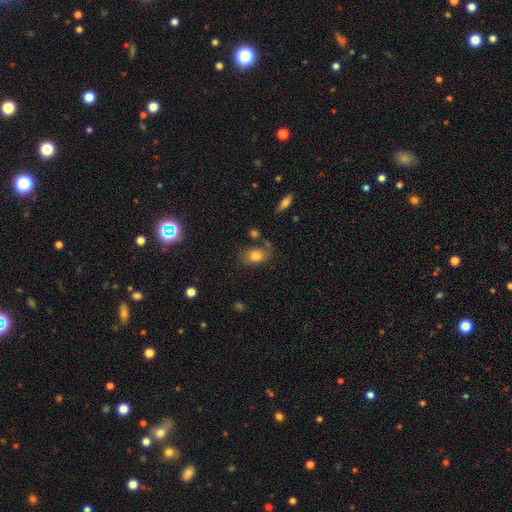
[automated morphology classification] smooth-or-featured: smooth: 79% | featured or disk: 11% | star or artifact: 10%
  how-rounded: in between: 77% | round: 21% | cigar-shaped: 2%
  merging: none: 66% | minor disturbance: 20% | merger: 7% | major disturbance: 7%